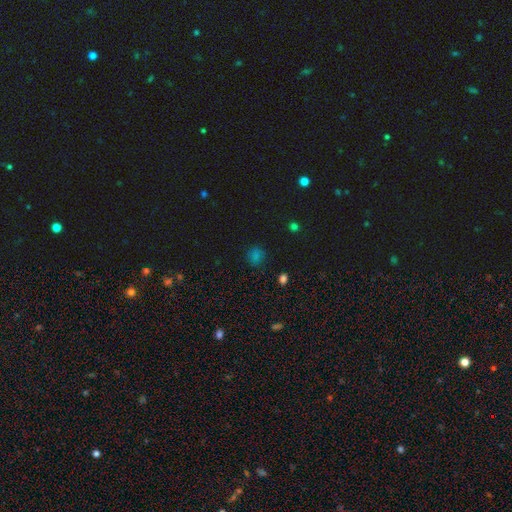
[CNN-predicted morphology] This is likely a smooth galaxy (63%). How rounded: clearly round (81%). Merging: clearly none (84%).